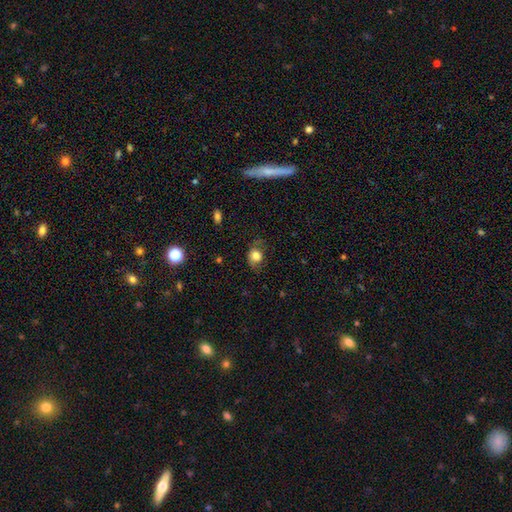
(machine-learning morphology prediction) A smooth galaxy with no disk features (75%) that is round (53%).

Vote fractions:
- Smooth or featured? smooth: 75% / featured or disk: 15% / star or artifact: 10%
- How rounded? round: 53% / in between: 46% / cigar-shaped: 1%
- Merging? none: 59% / minor disturbance: 27% / major disturbance: 12% / merger: 2%